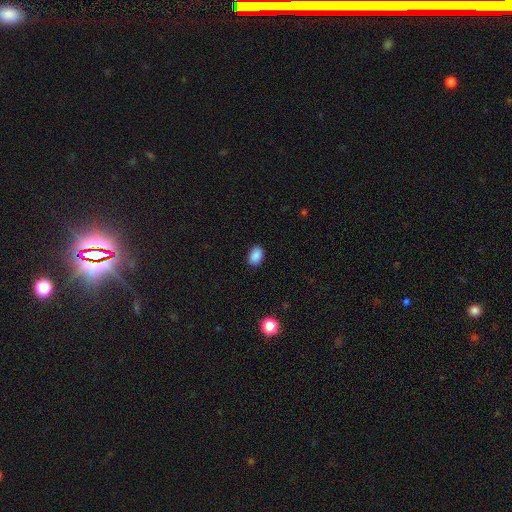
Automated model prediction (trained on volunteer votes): Overall: smooth (89%). How rounded: in between (80%). Merging: none (88%).